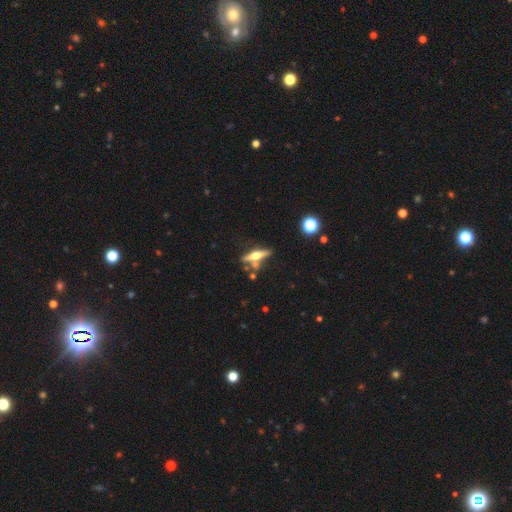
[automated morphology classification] A featured or disk galaxy (64%) viewed edge-on (95%) with a rounded central bulge (93%). Merging: none (67%).